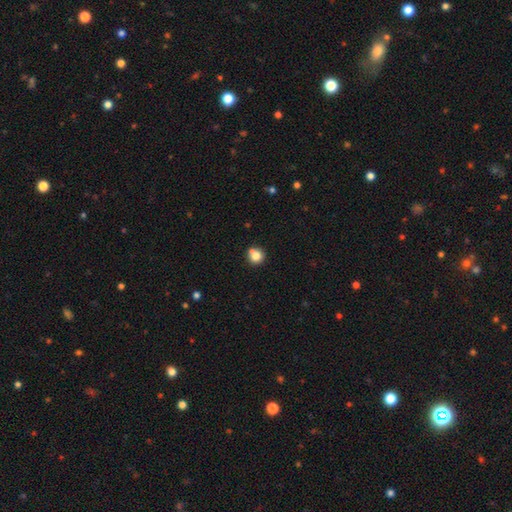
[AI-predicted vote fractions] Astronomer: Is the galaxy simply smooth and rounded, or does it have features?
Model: smooth — 81%.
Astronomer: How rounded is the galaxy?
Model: round — 90%.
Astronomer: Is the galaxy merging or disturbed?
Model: none — 70%.